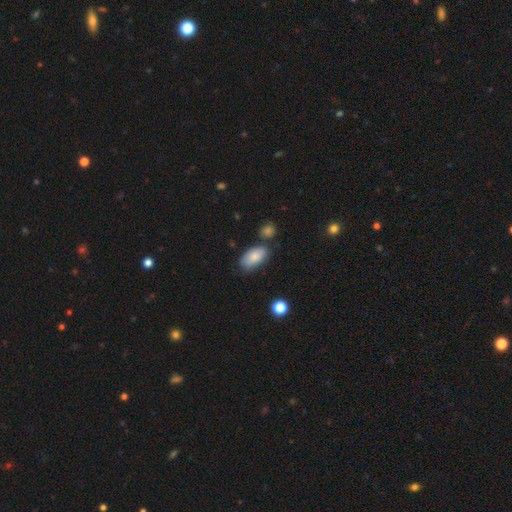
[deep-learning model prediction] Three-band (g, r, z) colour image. It shows a smooth galaxy with no disk features (83%) that is in between round and cigar-shaped (94%). Merging: none (67%).